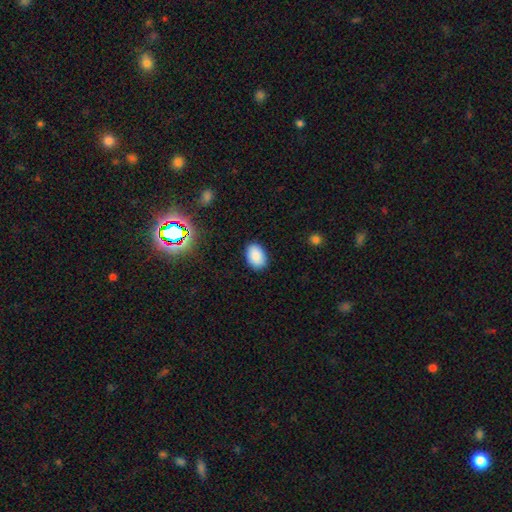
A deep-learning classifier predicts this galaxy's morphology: Smooth or featured? Predicted: smooth (p=0.87). How rounded? Predicted: in between (p=0.84). Merging? Predicted: none (p=0.86).